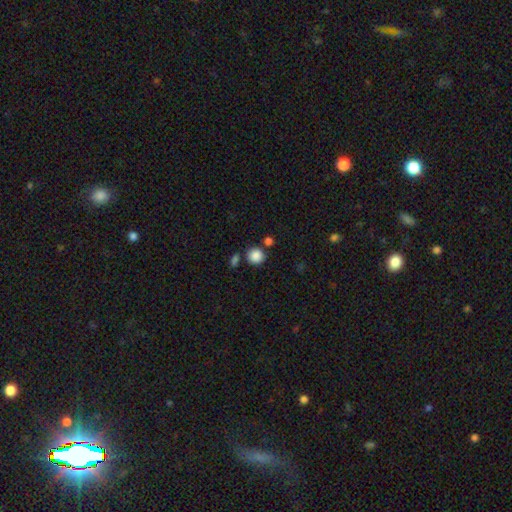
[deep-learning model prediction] Smooth or featured: smooth — 87% (star or artifact — 9%)
How rounded: round — 89% (in between — 10%)
Merging: none — 77% (merger — 11%)